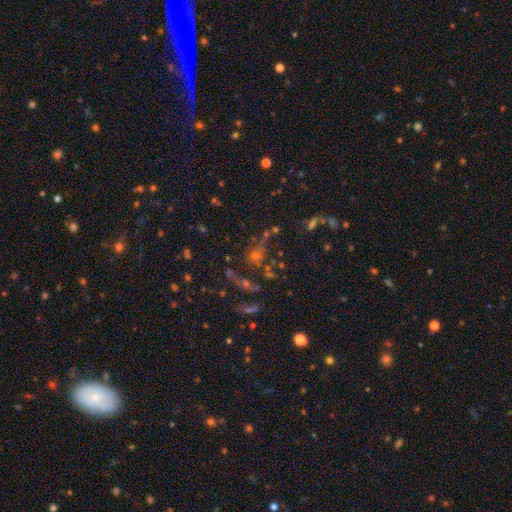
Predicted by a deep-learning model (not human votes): Smooth or featured?
  - star or artifact: 52% *
  - smooth: 25%
  - featured or disk: 23%